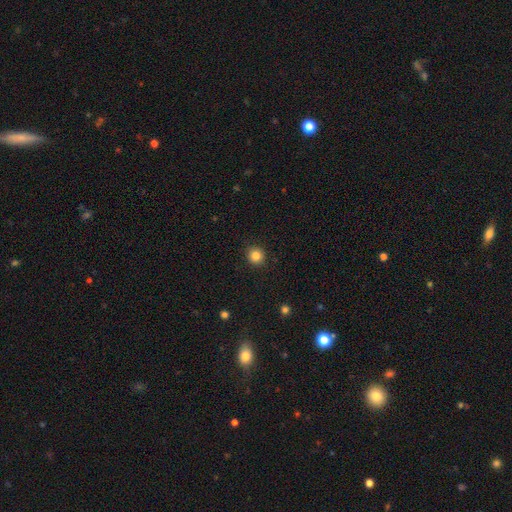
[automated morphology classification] Smooth or featured: smooth — 84% (star or artifact — 11%)
How rounded: round — 91% (in between — 8%)
Merging: none — 92% (minor disturbance — 6%)